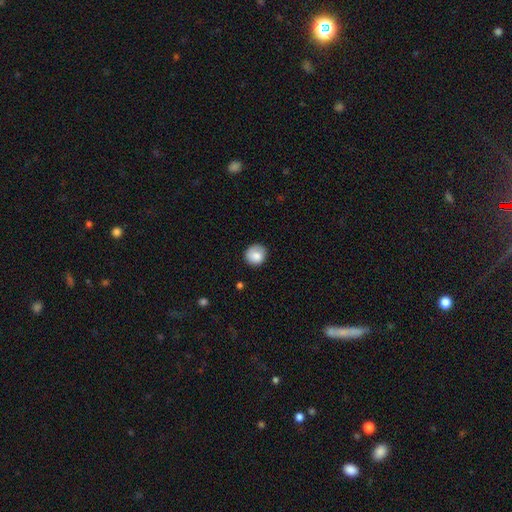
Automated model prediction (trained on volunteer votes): Morphology: type=smooth (84%); roundness=round (91%); merging=none (80%).